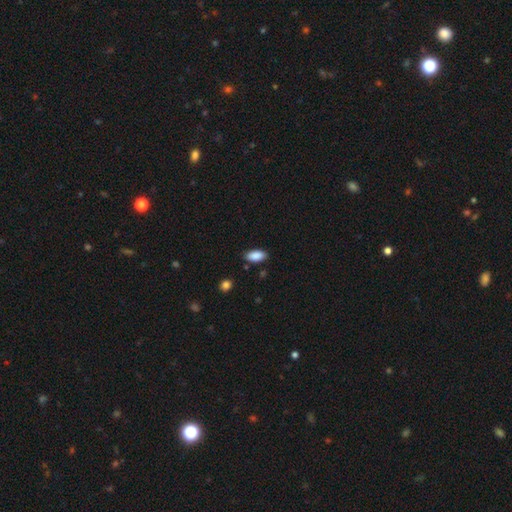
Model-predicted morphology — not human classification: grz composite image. It shows a smooth galaxy with no disk features (89%) that is in between round and cigar-shaped (90%). Merging: none (85%).